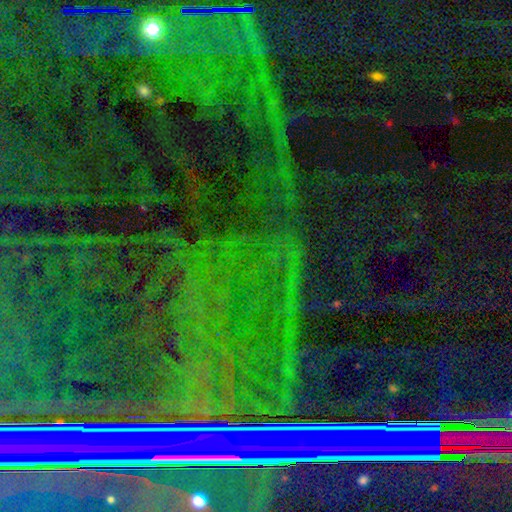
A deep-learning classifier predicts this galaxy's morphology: smooth-or-featured: star or artifact: 86% | featured or disk: 8% | smooth: 6%